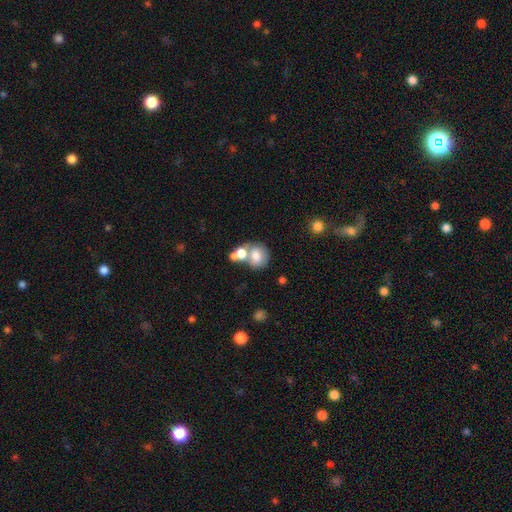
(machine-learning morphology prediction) smooth 71%, featured or disk 20%, star or artifact 9%. Down the decision tree: how rounded — round (64%); merging — merger (52%).